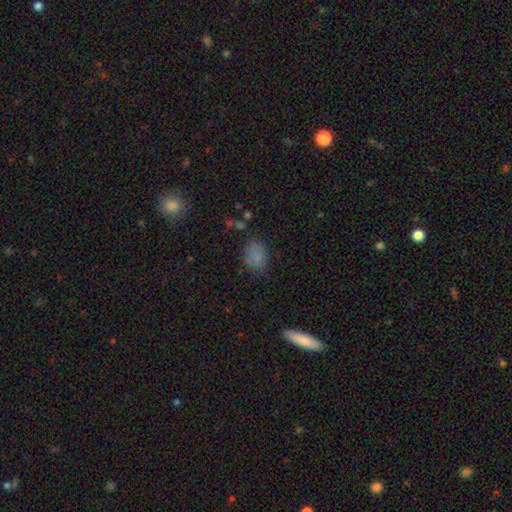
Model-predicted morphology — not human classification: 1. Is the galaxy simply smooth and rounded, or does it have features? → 78% smooth, 15% star or artifact, 7% featured or disk.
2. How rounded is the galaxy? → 80% in between, 19% round, 2% cigar-shaped.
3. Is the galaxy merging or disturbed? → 73% none, 18% minor disturbance, 5% major disturbance, 4% merger.